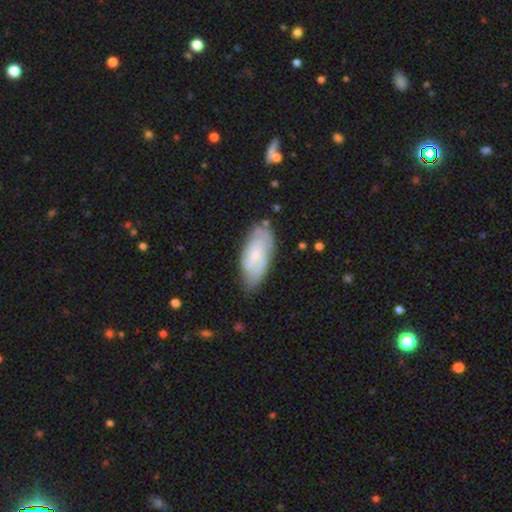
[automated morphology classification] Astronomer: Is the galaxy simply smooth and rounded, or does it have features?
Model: featured or disk — 57% (runner-up: smooth, 37%).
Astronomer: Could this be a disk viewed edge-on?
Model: no — 91%.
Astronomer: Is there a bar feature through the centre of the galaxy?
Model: no — 54% (runner-up: weak, 38%).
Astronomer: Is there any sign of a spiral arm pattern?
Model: yes — 79%.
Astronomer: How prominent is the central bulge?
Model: small — 67%.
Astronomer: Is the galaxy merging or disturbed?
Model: none — 69%.